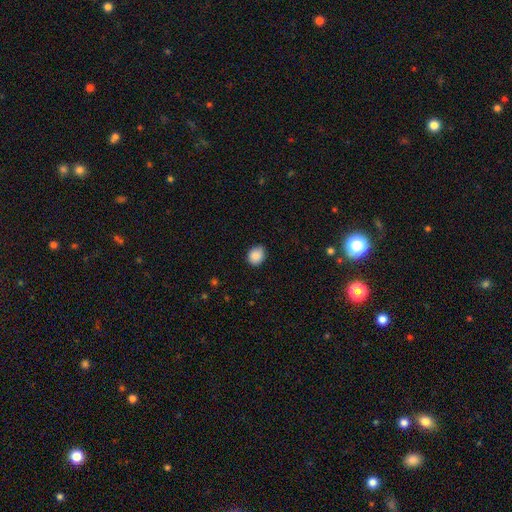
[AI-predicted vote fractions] Smooth or featured? smooth (88%)
How rounded? round (59%)
Merging? none (82%)